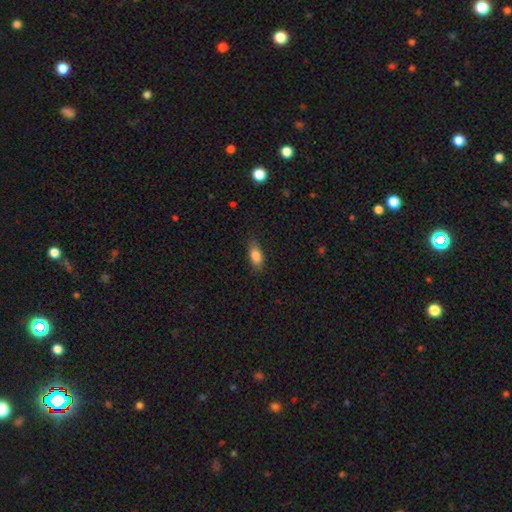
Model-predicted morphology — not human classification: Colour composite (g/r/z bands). It shows a smooth galaxy with no disk features (83%) that is in between round and cigar-shaped (86%). Merging: none (78%).